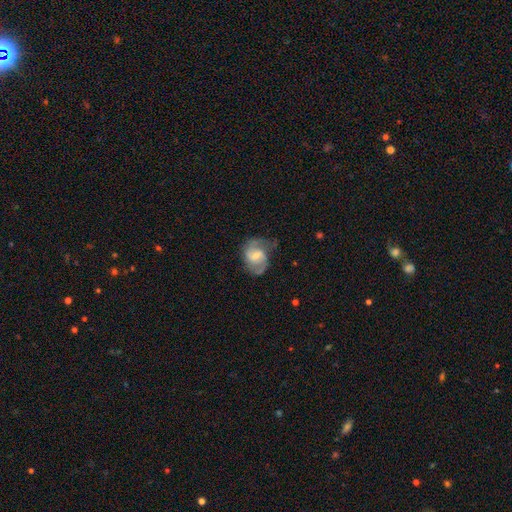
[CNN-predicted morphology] Smooth or featured? featured or disk (75%)
Edge-on disk? no (98%)
Bar? weak (54%)
Spiral arms? yes (92%)
Spiral winding? medium (53%)
Spiral arm count? 2 (85%)
Bulge size? small (46%)
Merging? none (59%)